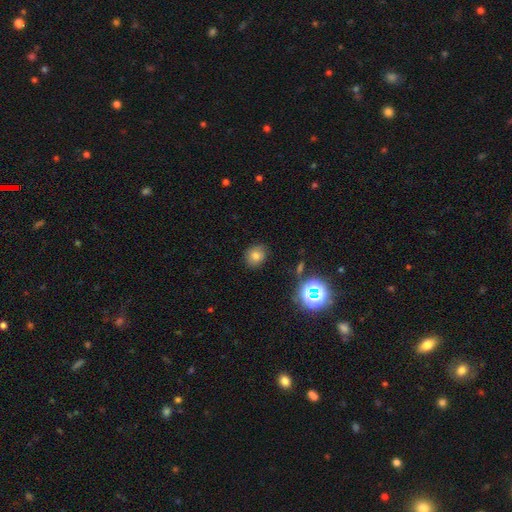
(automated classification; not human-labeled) Overall: smooth (72%). How rounded: round (68%; in between 31%). Merging: none (84%).